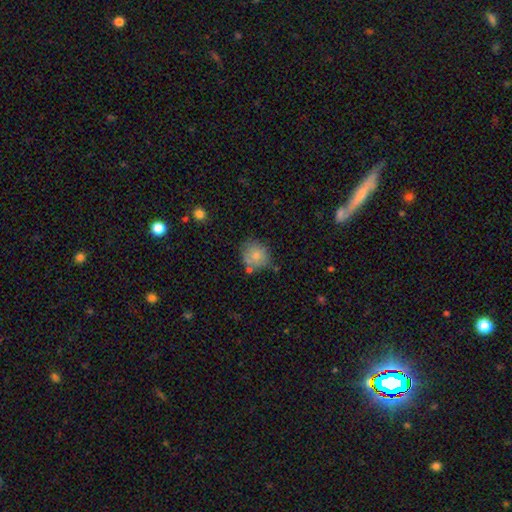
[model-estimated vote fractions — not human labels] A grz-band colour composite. It shows a smooth galaxy with no disk features (76%) that is round (83%). Merging: none (65%).